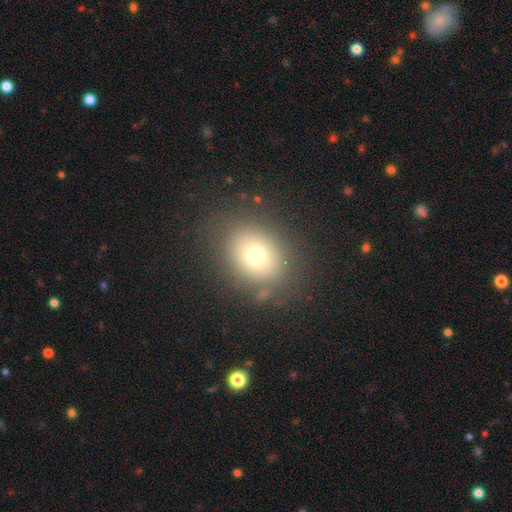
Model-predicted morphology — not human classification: Smooth or featured? Predicted: smooth (p=0.72). How rounded? Predicted: round (p=0.51). Merging? Predicted: none (p=0.82).